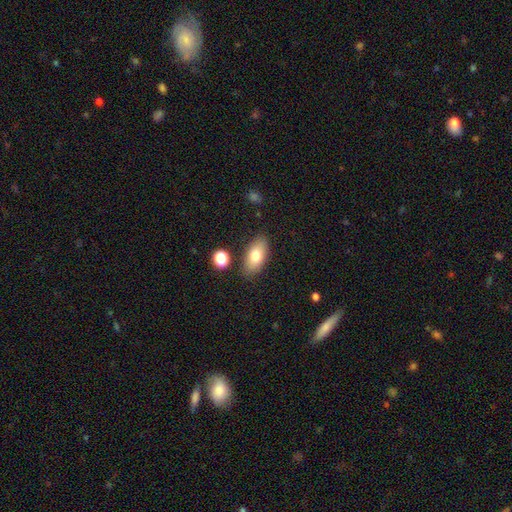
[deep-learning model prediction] smooth-or-featured: smooth: 77% | featured or disk: 16% | star or artifact: 7%
  how-rounded: in between: 89% | cigar-shaped: 6% | round: 4%
  merging: none: 84% | minor disturbance: 10% | merger: 3% | major disturbance: 3%